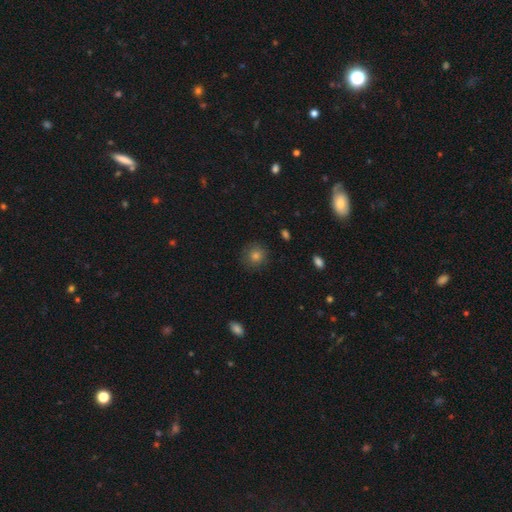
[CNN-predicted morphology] This is likely a smooth galaxy (73%). How rounded: clearly round (91%). Merging: clearly none (87%).